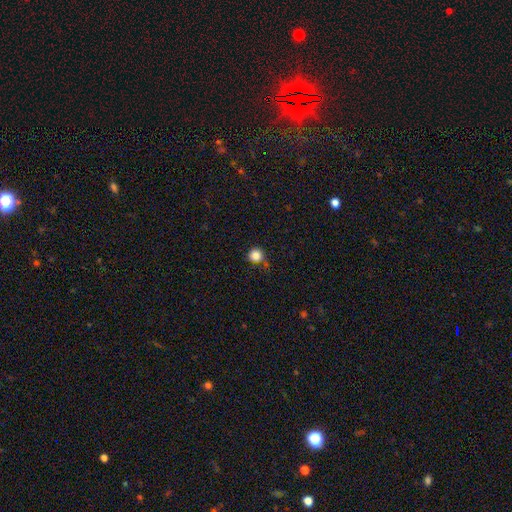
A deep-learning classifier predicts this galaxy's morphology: smooth_or_featured: smooth (p=0.85) [alt: star or artifact p=0.11]
how_rounded: round (p=0.92) [alt: in between p=0.07]
merging: none (p=0.71) [alt: minor disturbance p=0.18]